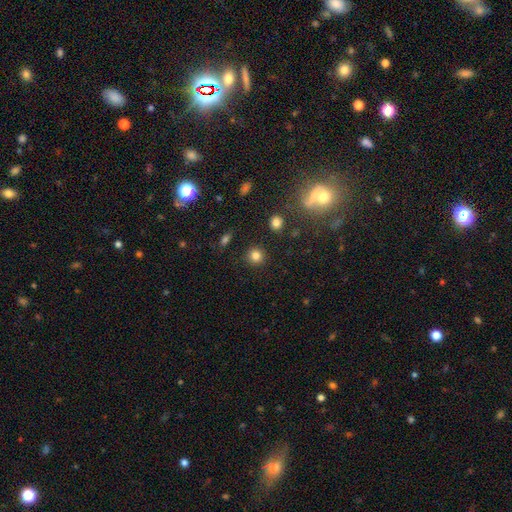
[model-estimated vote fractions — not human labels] The model was most divided on "smooth or featured": smooth: 82%, star or artifact: 12%, featured or disk: 6%. More confident: how rounded — round (92%); merging — none (89%).